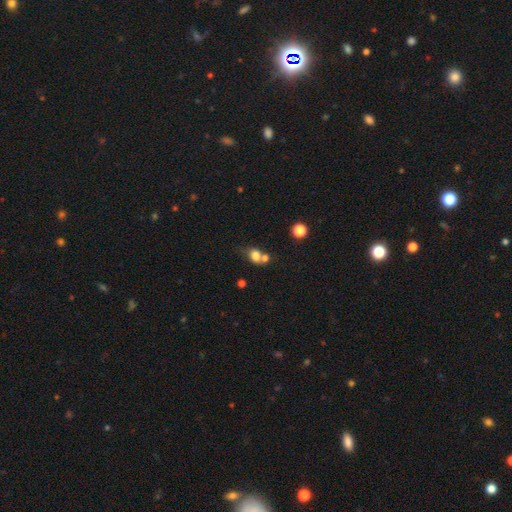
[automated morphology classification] A smooth galaxy with no disk features (76%) that is in between round and cigar-shaped (51%).

Vote fractions:
- Smooth or featured? smooth: 76% / star or artifact: 12% / featured or disk: 11%
- How rounded? in between: 51% / round: 47% / cigar-shaped: 2%
- Merging? merger: 47% / none: 34% / minor disturbance: 12% / major disturbance: 6%